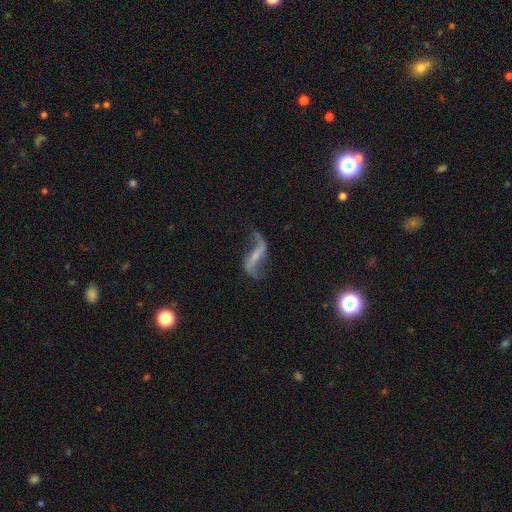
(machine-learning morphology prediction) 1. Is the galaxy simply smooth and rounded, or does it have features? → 84% featured or disk, 9% smooth, 7% star or artifact.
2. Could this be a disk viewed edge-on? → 93% no, 7% yes.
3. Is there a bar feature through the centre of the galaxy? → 51% strong, 31% weak, 19% no.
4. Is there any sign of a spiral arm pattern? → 91% yes, 9% no.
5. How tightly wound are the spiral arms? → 92% loose, 6% medium, 2% tight.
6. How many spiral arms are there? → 91% 2, 5% 1, 2% can't tell, 1% 3, 1% 4, 1% more than 4.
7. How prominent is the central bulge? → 57% small, 25% none, 15% moderate, 2% large, 1% dominant.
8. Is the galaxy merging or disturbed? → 65% none, 17% minor disturbance, 15% major disturbance, 3% merger.